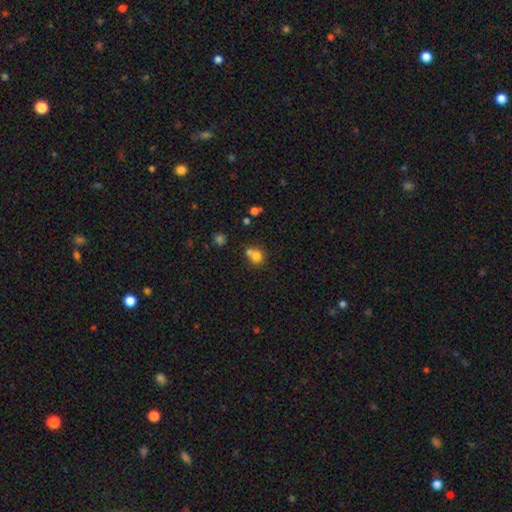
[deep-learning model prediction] smooth 76%, star or artifact 13%, featured or disk 11%. Down the decision tree: how rounded — round (81%); merging — none (44%, tied with merger).